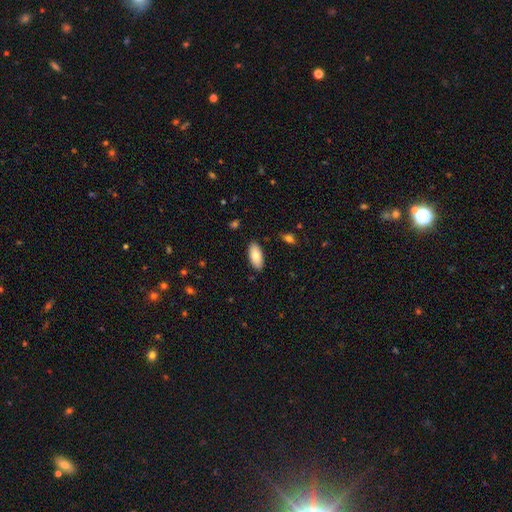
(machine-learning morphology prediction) Overall: smooth (80%). How rounded: in between (90%). Merging: none (88%).